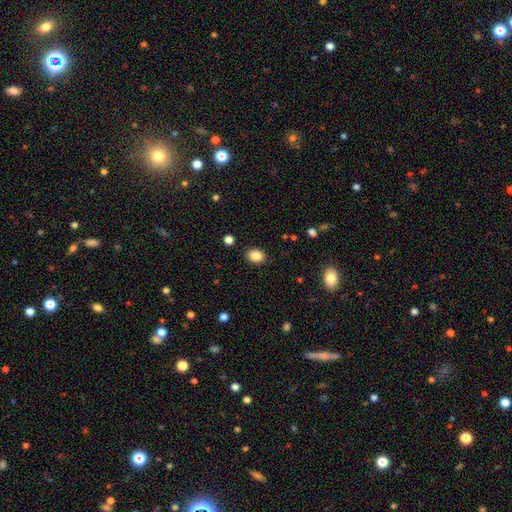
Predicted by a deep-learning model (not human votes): A smooth galaxy with no disk features (86%) that is in between round and cigar-shaped (55%).

Vote fractions:
- Smooth or featured? smooth: 86% / star or artifact: 9% / featured or disk: 5%
- How rounded? in between: 55% / round: 44% / cigar-shaped: 1%
- Merging? none: 89% / minor disturbance: 8% / major disturbance: 2% / merger: 1%